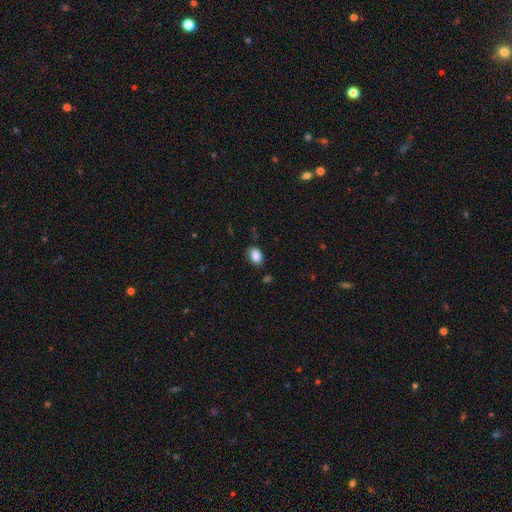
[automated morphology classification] A smooth galaxy with no disk features (86%) that is in between round and cigar-shaped (84%).

Vote fractions:
- Smooth or featured? smooth: 86% / star or artifact: 8% / featured or disk: 6%
- How rounded? in between: 84% / round: 15% / cigar-shaped: 1%
- Merging? none: 75% / minor disturbance: 19% / major disturbance: 4% / merger: 2%